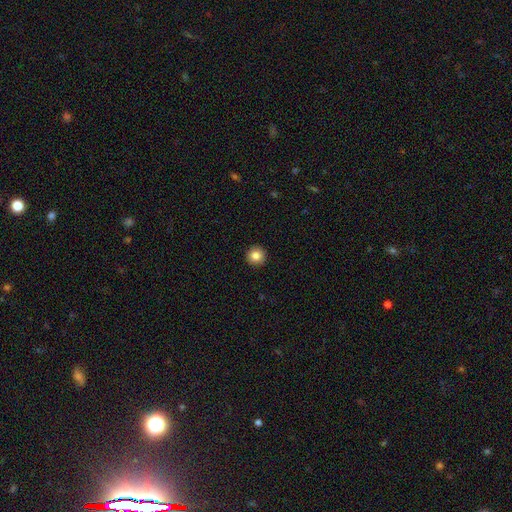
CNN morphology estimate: smooth_or_featured: smooth (p=0.85) [alt: star or artifact p=0.09]
how_rounded: round (p=0.96) [alt: in between p=0.03]
merging: none (p=0.93) [alt: minor disturbance p=0.04]